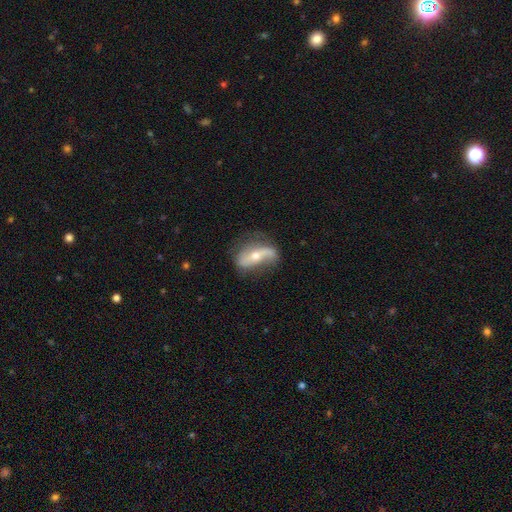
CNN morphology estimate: A featured or disk galaxy (71%) with a strong bar (39%), spiral arms (82%) and a moderate central bulge (51%).

Vote fractions:
- Smooth or featured? featured or disk: 71% / smooth: 23% / star or artifact: 6%
- Edge-on disk? no: 86% / yes: 14%
- Bar? strong: 39% / no: 37% / weak: 24%
- Spiral arms? yes: 82% / no: 18%
- Bulge size? moderate: 51% / small: 44% / large: 2% / none: 1% / dominant: 1%
- Merging? none: 58% / minor disturbance: 25% / major disturbance: 14% / merger: 3%